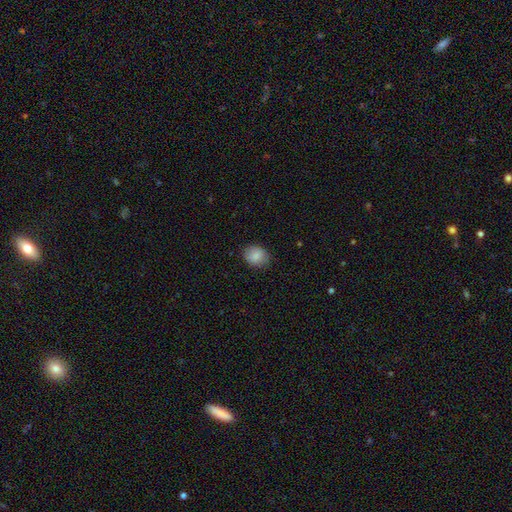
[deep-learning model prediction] smooth 87%, star or artifact 8%, featured or disk 6%. Down the decision tree: how rounded — in between (50%); merging — none (82%).